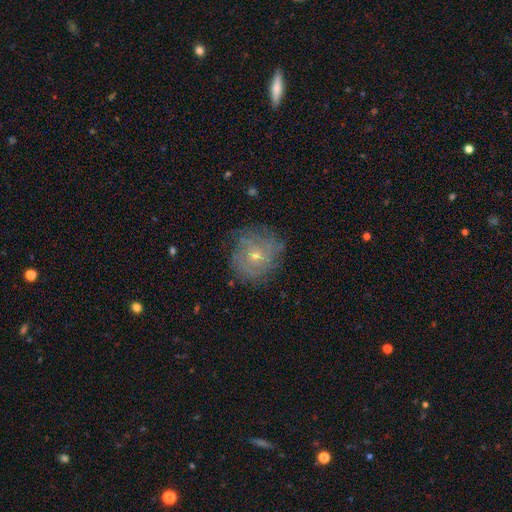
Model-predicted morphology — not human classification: Smooth or featured? Predicted: featured or disk (p=0.63). Edge-on disk? Predicted: no (p=0.97). Bar? Predicted: no (p=0.80). Spiral arms? Predicted: yes (p=0.78). Bulge size? Predicted: small (p=0.69). Merging? Predicted: none (p=0.75).